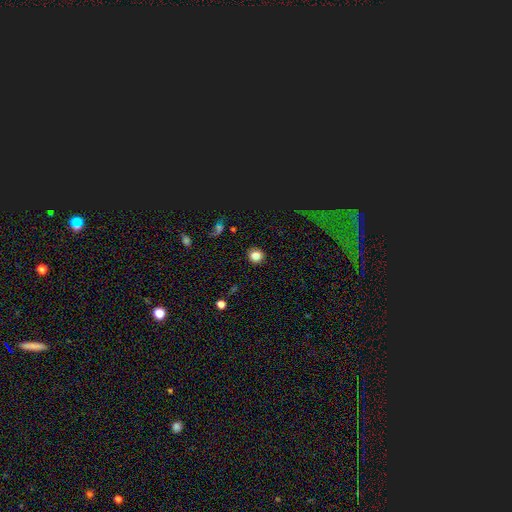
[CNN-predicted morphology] Smooth or featured? Predicted: smooth (p=0.83). How rounded? Predicted: round (p=0.90). Merging? Predicted: none (p=0.91).